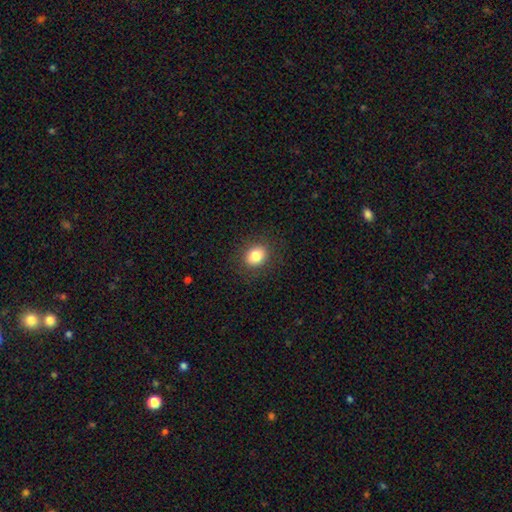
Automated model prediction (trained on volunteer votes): Overall: smooth (83%). How rounded: round (58%; in between 41%). Merging: none (88%).